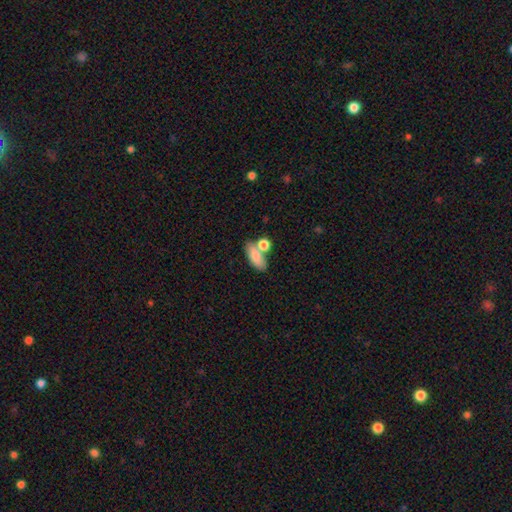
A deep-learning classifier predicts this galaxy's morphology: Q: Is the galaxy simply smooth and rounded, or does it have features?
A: smooth — 79%.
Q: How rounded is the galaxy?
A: in between — 75%.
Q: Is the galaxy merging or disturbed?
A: none — 50%.